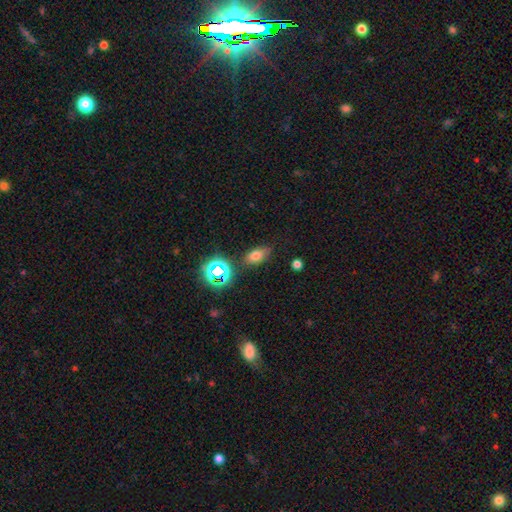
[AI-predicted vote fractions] Q: Smooth or featured?
A: smooth (69%); runner-up: star or artifact (19%)
Q: How rounded?
A: in between (82%); runner-up: round (12%)
Q: Merging?
A: none (76%); runner-up: minor disturbance (17%)